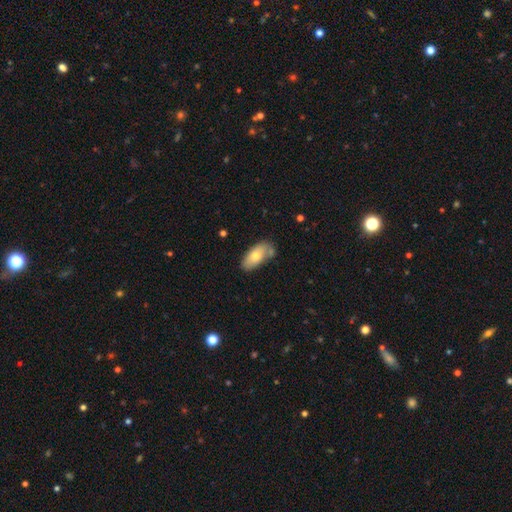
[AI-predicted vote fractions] smooth_or_featured: smooth (p=0.71) [alt: featured or disk p=0.22]
how_rounded: in between (p=0.90) [alt: cigar-shaped p=0.07]
merging: none (p=0.61) [alt: minor disturbance p=0.22]